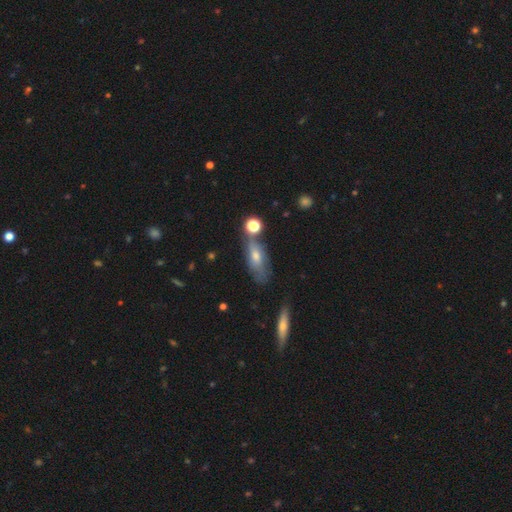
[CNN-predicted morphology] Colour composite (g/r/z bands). It shows a smooth galaxy with no disk features (49%). Merging: none (58%).